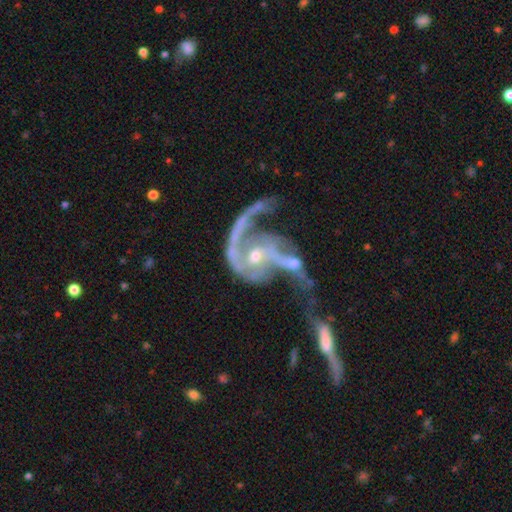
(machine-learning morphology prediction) A featured or disk galaxy (83%) with no bar (66%), 2 (40%) loose (58%) spiral arms (81%) and a small central bulge (48%). Merging: merger (43%).